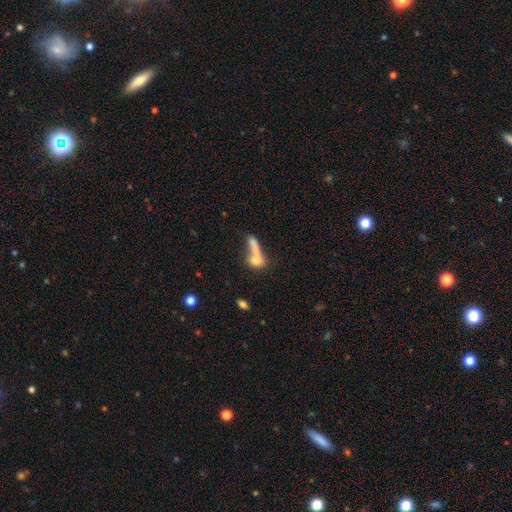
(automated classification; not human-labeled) Smooth or featured? smooth (65%)
How rounded? in between (40%)
Merging? merger (54%)